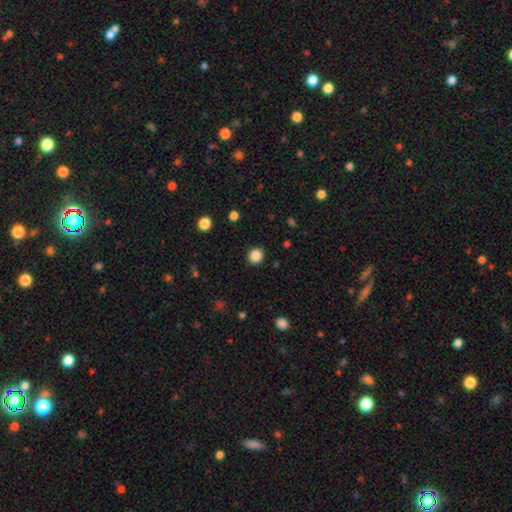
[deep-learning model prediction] A smooth galaxy with no disk features (86%) that is round (84%). Merging: none (90%).